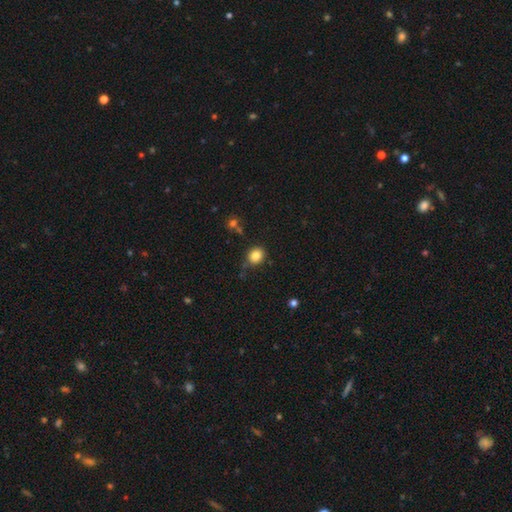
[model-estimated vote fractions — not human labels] This appears to be a smooth galaxy with no disk features (82%) that is round (77%). Merging: none (81%).